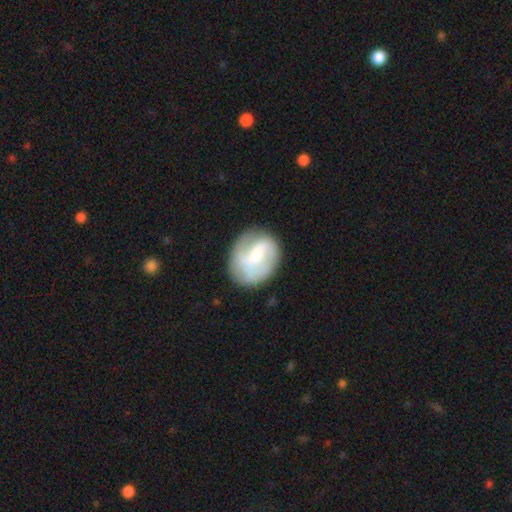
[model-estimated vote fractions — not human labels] This appears to be a featured or disk galaxy (60%) with a weak bar (47%), spiral arms (74%) and a moderate central bulge (42%). Merging: none (67%).